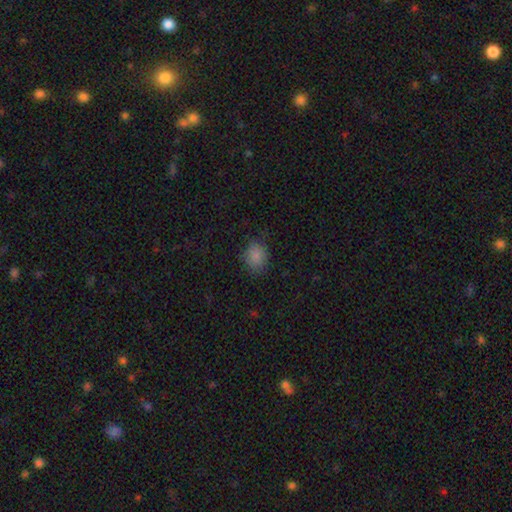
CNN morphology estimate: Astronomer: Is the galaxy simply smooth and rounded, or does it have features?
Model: smooth — 83%.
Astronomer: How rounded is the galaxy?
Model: round — 54% (runner-up: in between, 45%).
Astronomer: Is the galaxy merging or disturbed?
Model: none — 76%.